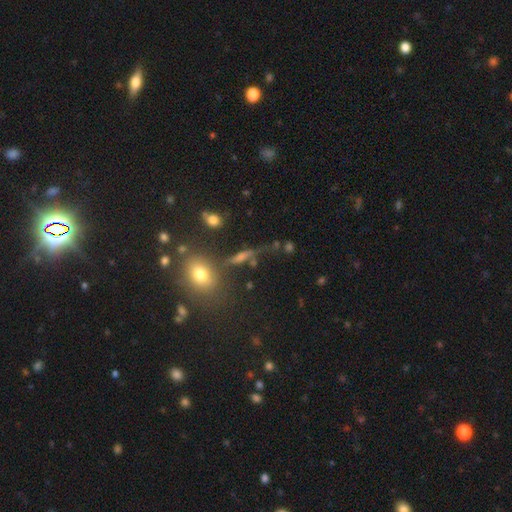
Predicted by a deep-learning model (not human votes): Smooth or featured: smooth — 50% (star or artifact — 36%)
How rounded: in between — 49% (round — 43%)
Merging: none — 72% (minor disturbance — 12%)